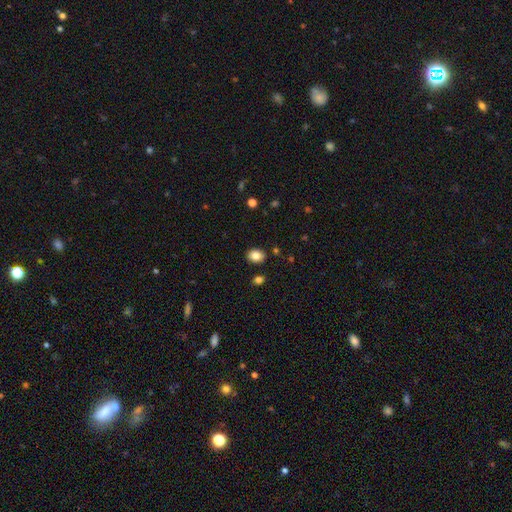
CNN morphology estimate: Smooth or featured? smooth (83%)
How rounded? round (50%)
Merging? none (88%)